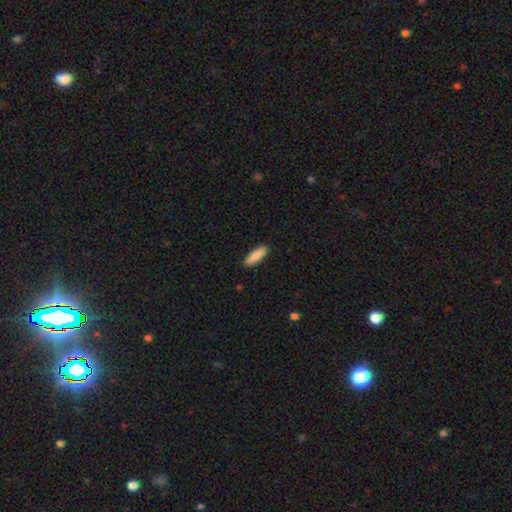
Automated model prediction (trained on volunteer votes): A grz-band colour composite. It shows a smooth galaxy with no disk features (88%) that is in between round and cigar-shaped (53%). Merging: none (90%).